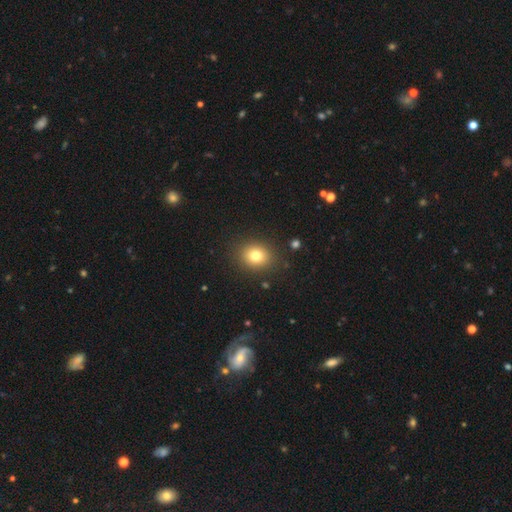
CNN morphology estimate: This appears to be a smooth galaxy with no disk features (79%) that is round (66%). Merging: none (88%).